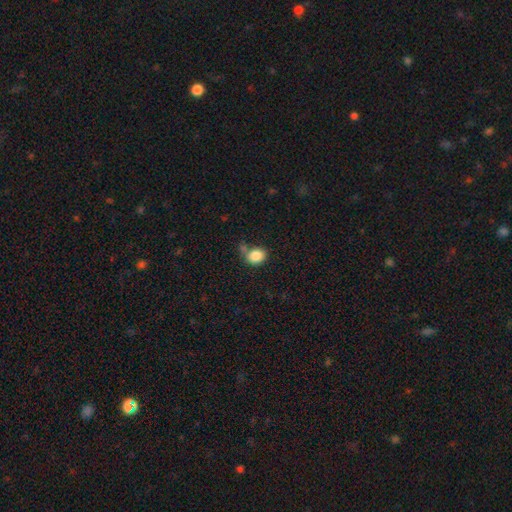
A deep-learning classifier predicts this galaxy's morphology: smooth_or_featured: smooth (p=0.85) [alt: star or artifact p=0.09]
how_rounded: round (p=0.61) [alt: in between p=0.38]
merging: none (p=0.59) [alt: minor disturbance p=0.20]